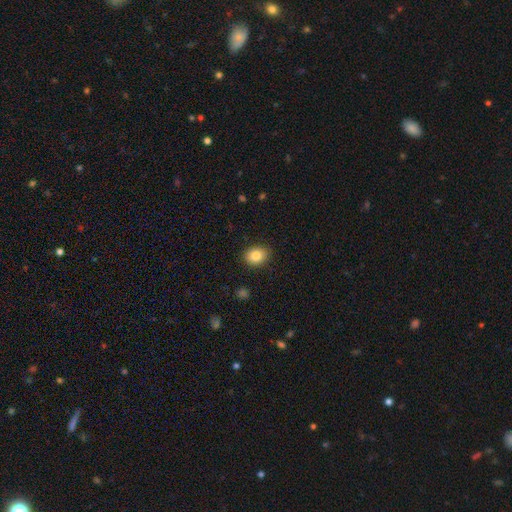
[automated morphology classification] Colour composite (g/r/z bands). It shows a smooth galaxy with no disk features (85%) that is in between round and cigar-shaped (60%). Merging: none (88%).